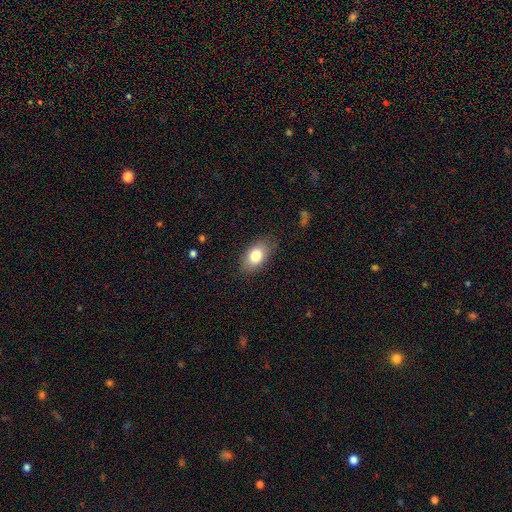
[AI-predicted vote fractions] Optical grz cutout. It shows a smooth galaxy with no disk features (80%) that is in between round and cigar-shaped (89%). Merging: none (82%).